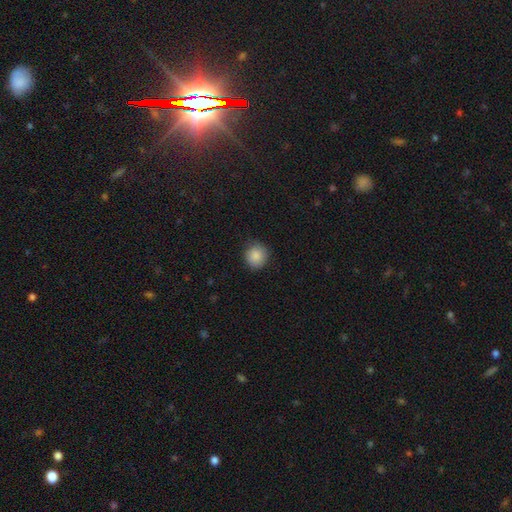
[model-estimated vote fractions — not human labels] The model was most divided on "merging": none: 86%, minor disturbance: 10%, major disturbance: 2%, merger: 1%. More confident: how rounded — round (90%); smooth or featured — smooth (87%).